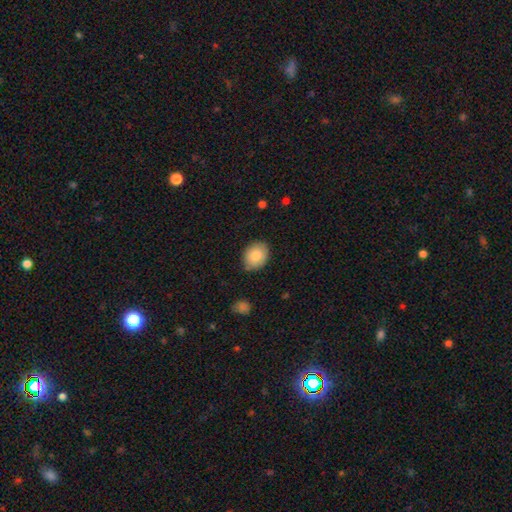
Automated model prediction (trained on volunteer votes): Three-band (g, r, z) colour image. It shows a smooth galaxy with no disk features (84%) that is in between round and cigar-shaped (56%). Merging: none (81%).